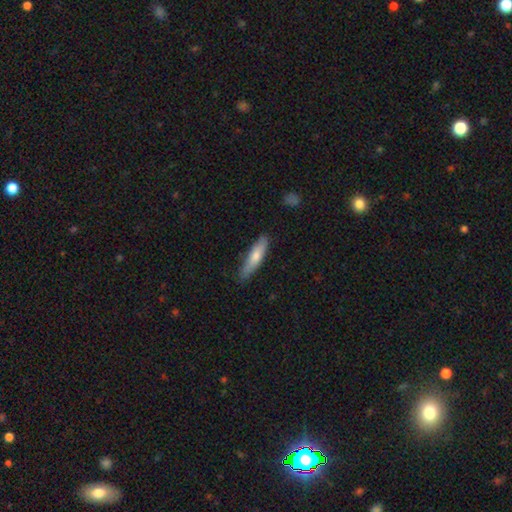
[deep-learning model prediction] This is likely a smooth galaxy (67%). How rounded: likely cigar-shaped (77%). Merging: likely none (79%).